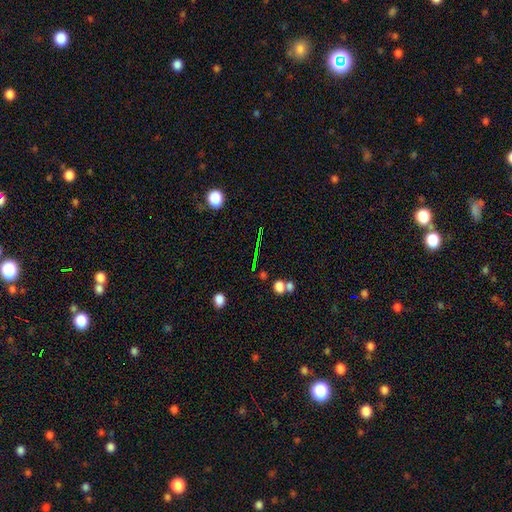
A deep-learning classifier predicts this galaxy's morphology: smooth_or_featured: star or artifact (p=0.51) [alt: smooth p=0.35]